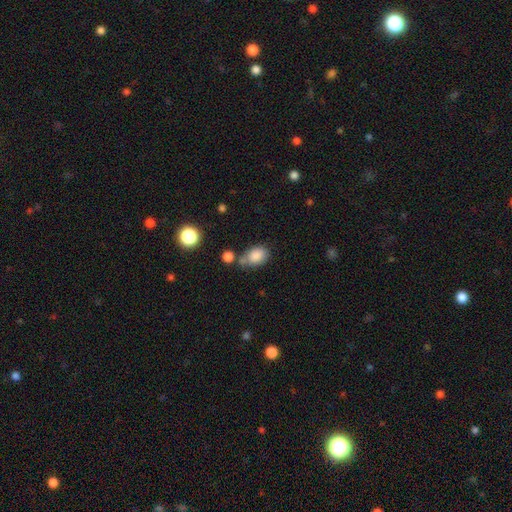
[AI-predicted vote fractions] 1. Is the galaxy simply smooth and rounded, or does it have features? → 84% smooth, 9% star or artifact, 7% featured or disk.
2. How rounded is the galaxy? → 80% in between, 19% round, 1% cigar-shaped.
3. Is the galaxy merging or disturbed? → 49% none, 22% minor disturbance, 22% merger, 7% major disturbance.